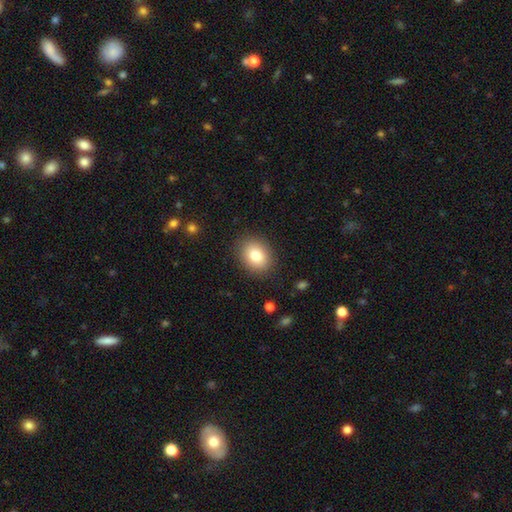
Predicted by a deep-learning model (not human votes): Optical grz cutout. It shows a smooth galaxy with no disk features (81%) that is in between round and cigar-shaped (56%). Merging: none (87%).